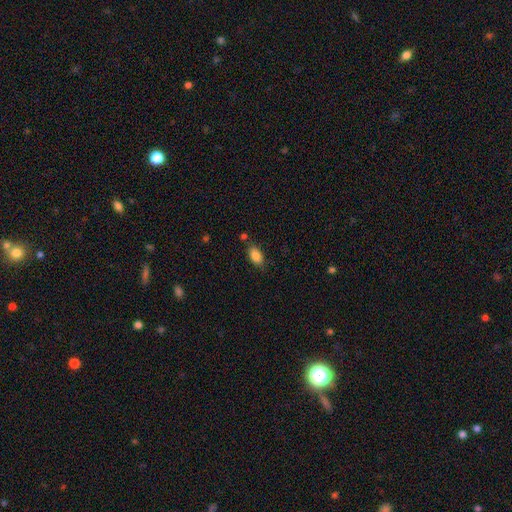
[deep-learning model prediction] This is clearly a smooth galaxy (85%). How rounded: clearly in between (91%). Merging: likely none (76%).